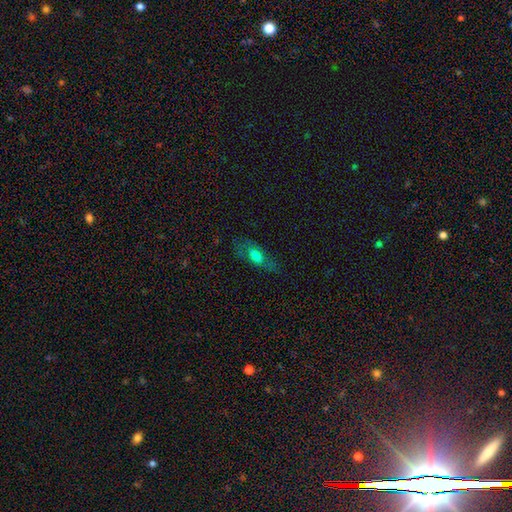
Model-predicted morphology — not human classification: Overall: smooth (57%; featured or disk 32%). How rounded: in between (75%). Merging: none (60%; minor disturbance 23%).